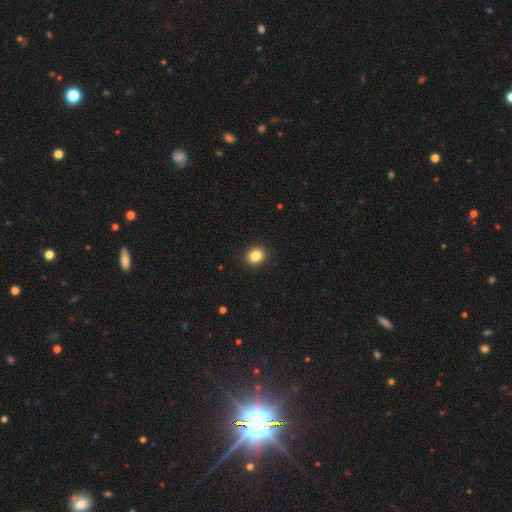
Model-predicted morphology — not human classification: This appears to be a smooth galaxy with no disk features (85%) that is round (68%). Merging: none (91%).